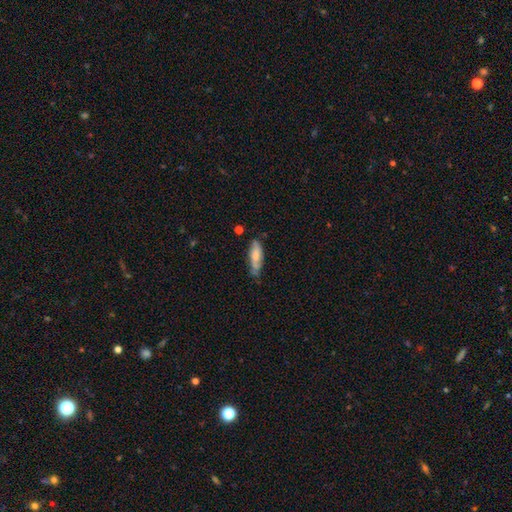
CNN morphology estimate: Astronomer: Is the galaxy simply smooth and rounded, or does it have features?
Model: smooth — 60%.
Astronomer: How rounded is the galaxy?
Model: in between — 58% (runner-up: cigar-shaped, 40%).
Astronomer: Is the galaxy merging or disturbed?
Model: none — 59%.